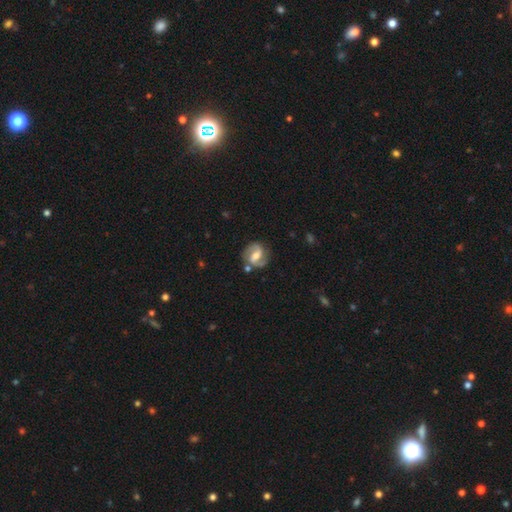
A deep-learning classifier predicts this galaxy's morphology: Smooth or featured? Predicted: featured or disk (p=0.84). Edge-on disk? Predicted: no (p=0.98). Bar? Predicted: weak (p=0.47). Spiral arms? Predicted: yes (p=0.96). Spiral winding? Predicted: medium (p=0.55). Spiral arm count? Predicted: 2 (p=0.91). Bulge size? Predicted: moderate (p=0.55). Merging? Predicted: none (p=0.76).